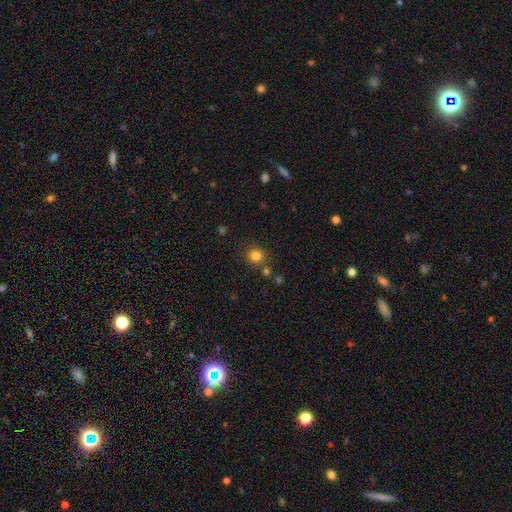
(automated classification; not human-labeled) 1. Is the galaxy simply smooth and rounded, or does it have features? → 81% smooth, 14% star or artifact, 5% featured or disk.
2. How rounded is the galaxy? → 88% round, 11% in between, 1% cigar-shaped.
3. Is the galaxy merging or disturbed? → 81% none, 9% minor disturbance, 7% merger, 3% major disturbance.